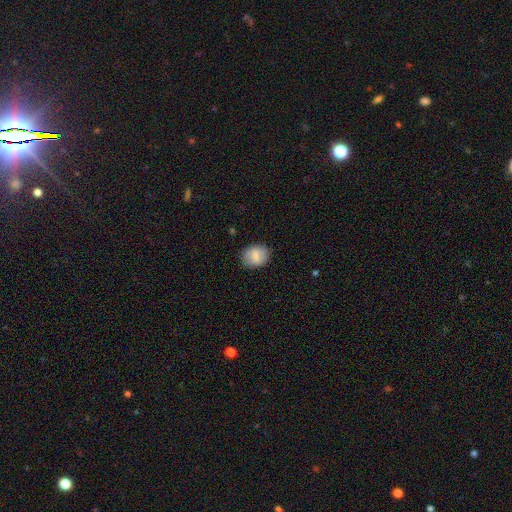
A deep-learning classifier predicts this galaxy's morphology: The model was most divided on "how rounded": round: 51%, in between: 48%, cigar-shaped: 1%. More confident: merging — none (84%); smooth or featured — smooth (76%).